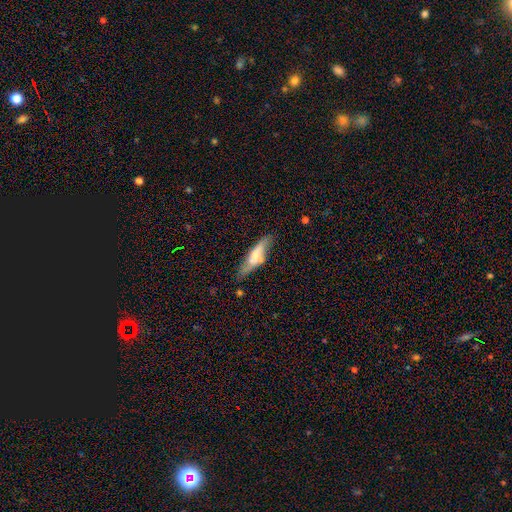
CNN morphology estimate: Smooth or featured?
  - smooth: 49% *
  - featured or disk: 45%
  - star or artifact: 6%
Merging?
  - none: 64% *
  - minor disturbance: 24%
  - major disturbance: 7%
  - merger: 5%